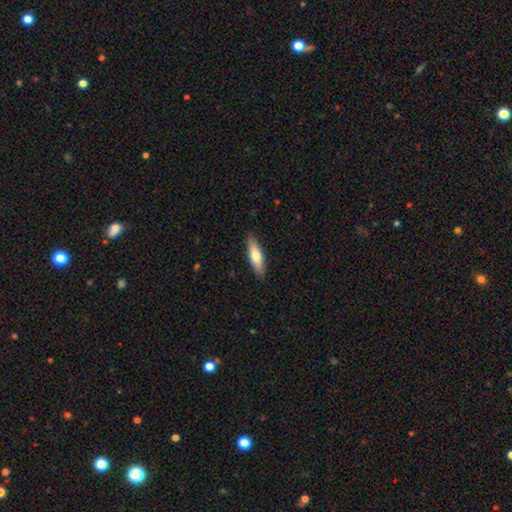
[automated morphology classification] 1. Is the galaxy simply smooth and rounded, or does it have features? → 69% smooth, 26% featured or disk, 5% star or artifact.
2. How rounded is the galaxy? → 58% cigar-shaped, 41% in between, 2% round.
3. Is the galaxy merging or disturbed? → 88% none, 9% minor disturbance, 2% major disturbance, 1% merger.